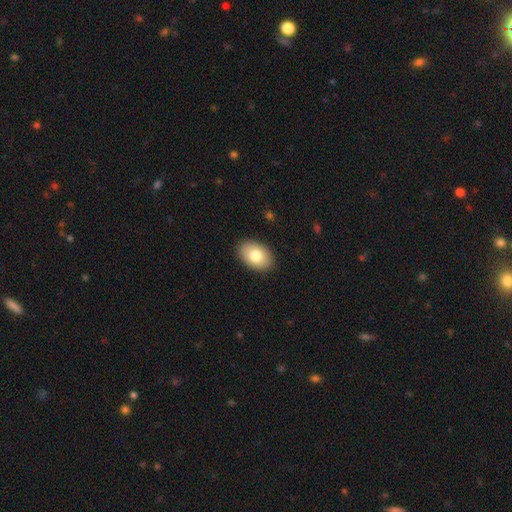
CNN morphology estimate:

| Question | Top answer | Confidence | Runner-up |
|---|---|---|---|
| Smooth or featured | smooth | 79% | featured or disk (14%) |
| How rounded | in between | 87% | round (12%) |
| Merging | none | 89% | minor disturbance (8%) |